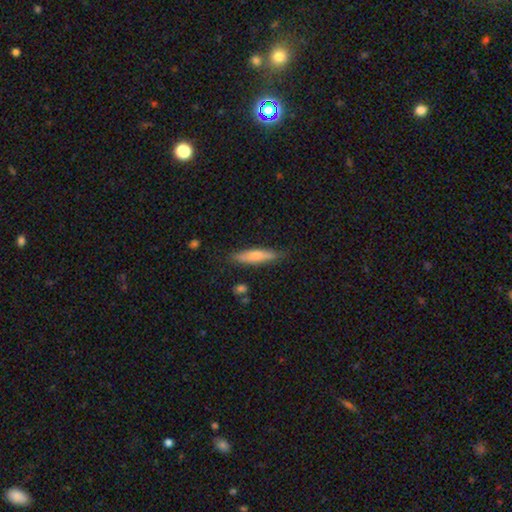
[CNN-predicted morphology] smooth 66%, featured or disk 28%, star or artifact 6%. Down the decision tree: how rounded — cigar-shaped (80%); merging — none (81%).